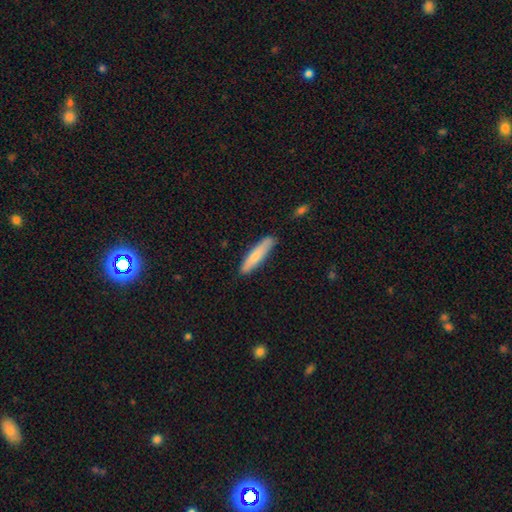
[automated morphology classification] smooth-or-featured: smooth: 73% | featured or disk: 22% | star or artifact: 5%
  how-rounded: cigar-shaped: 84% | in between: 15% | round: 1%
  merging: none: 85% | minor disturbance: 11% | major disturbance: 2% | merger: 2%